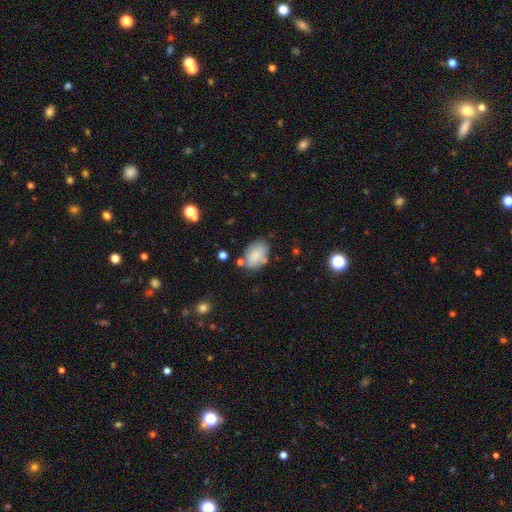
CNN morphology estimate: Smooth or featured? Predicted: smooth (p=0.82). How rounded? Predicted: in between (p=0.84). Merging? Predicted: none (p=0.64).